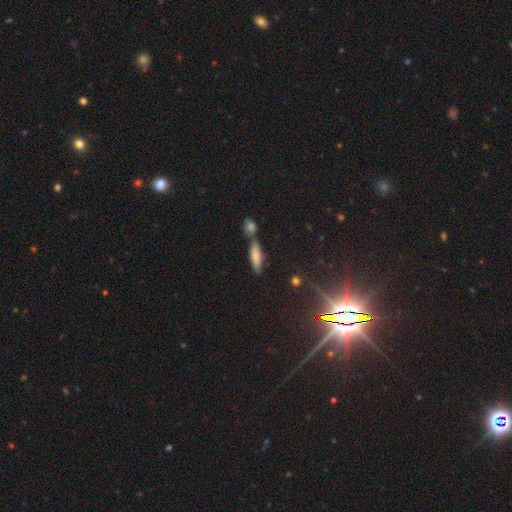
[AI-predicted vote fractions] smooth-or-featured: smooth: 71% | featured or disk: 18% | star or artifact: 10%
  how-rounded: cigar-shaped: 59% | in between: 38% | round: 3%
  merging: none: 55% | merger: 29% | minor disturbance: 12% | major disturbance: 4%